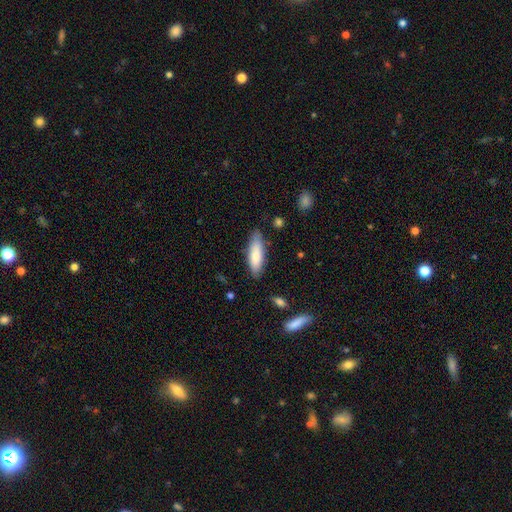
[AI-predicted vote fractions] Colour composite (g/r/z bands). It shows a smooth galaxy with no disk features (80%) that is in between round and cigar-shaped (49%, tied with cigar-shaped). Merging: none (80%).